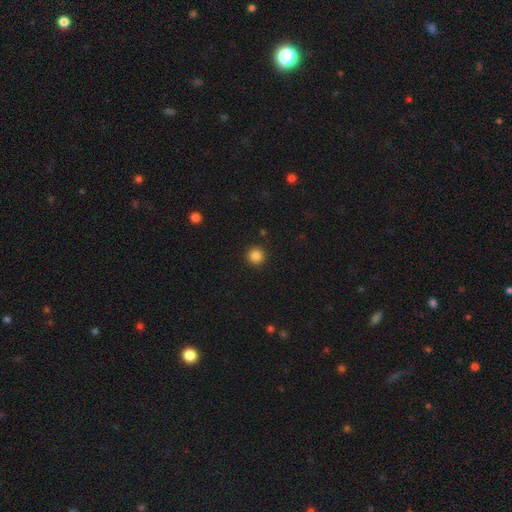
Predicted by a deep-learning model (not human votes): This is clearly a smooth galaxy (85%). How rounded: clearly round (96%). Merging: clearly none (93%).